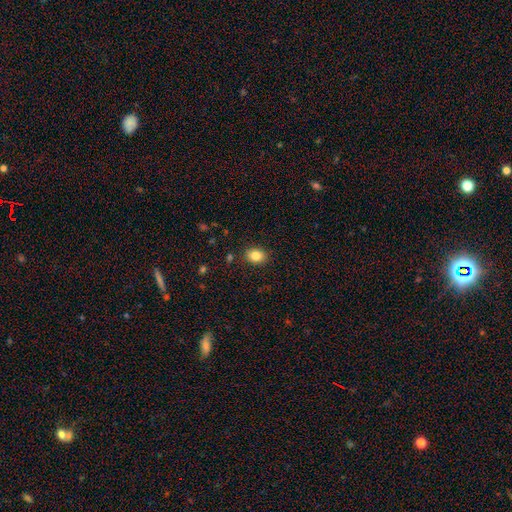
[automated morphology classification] A smooth galaxy with no disk features (84%) that is in between round and cigar-shaped (57%).

Vote fractions:
- Smooth or featured? smooth: 84% / star or artifact: 10% / featured or disk: 6%
- How rounded? in between: 57% / round: 42% / cigar-shaped: 1%
- Merging? none: 88% / minor disturbance: 8% / major disturbance: 2% / merger: 1%